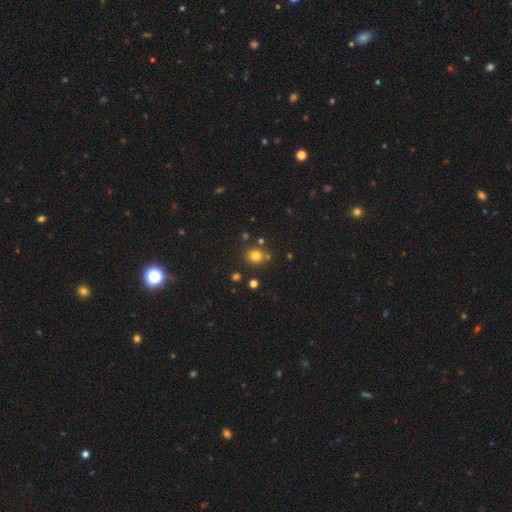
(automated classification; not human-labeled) Q: Smooth or featured?
A: smooth (78%); runner-up: star or artifact (15%)
Q: How rounded?
A: round (76%); runner-up: in between (23%)
Q: Merging?
A: none (79%); runner-up: minor disturbance (11%)